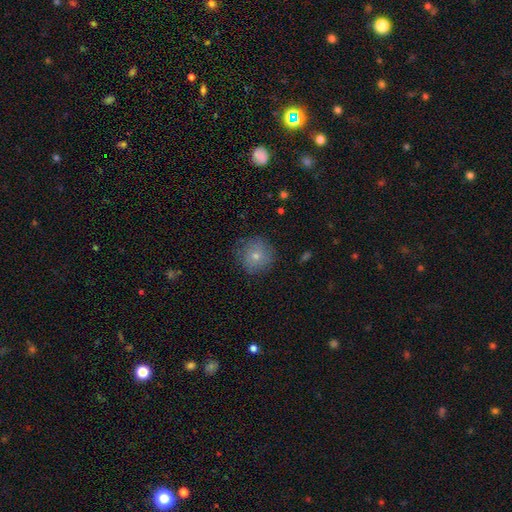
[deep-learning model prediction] smooth-or-featured: smooth: 73% | featured or disk: 17% | star or artifact: 9%
  how-rounded: round: 92% | in between: 7% | cigar-shaped: 1%
  merging: none: 80% | minor disturbance: 15% | major disturbance: 4% | merger: 1%